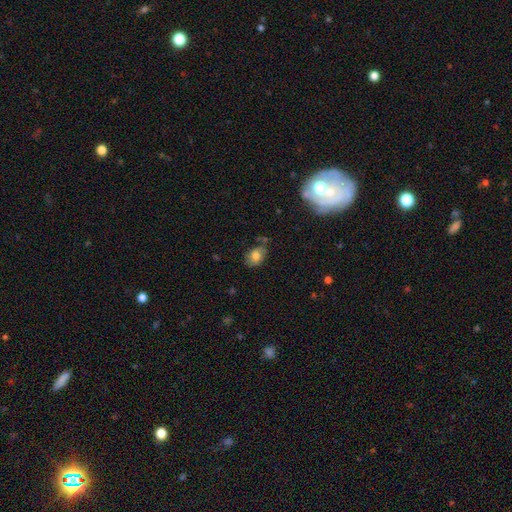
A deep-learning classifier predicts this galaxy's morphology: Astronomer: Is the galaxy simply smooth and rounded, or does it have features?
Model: smooth — 77%.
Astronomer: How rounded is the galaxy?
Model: in between — 72%.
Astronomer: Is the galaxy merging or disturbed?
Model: none — 66%.